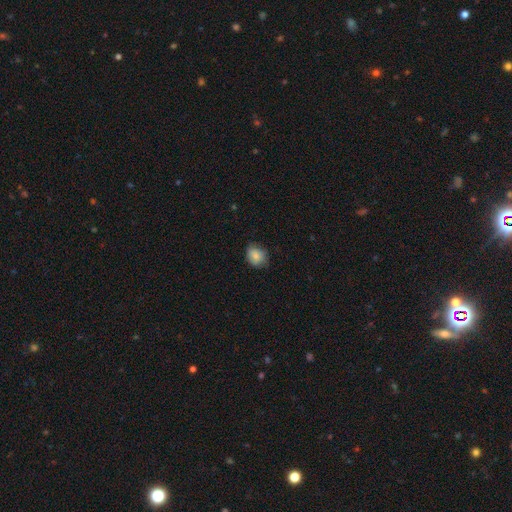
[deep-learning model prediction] smooth-or-featured: smooth: 82% | featured or disk: 10% | star or artifact: 8%
  how-rounded: round: 55% | in between: 44% | cigar-shaped: 1%
  merging: none: 68% | minor disturbance: 25% | major disturbance: 5% | merger: 1%